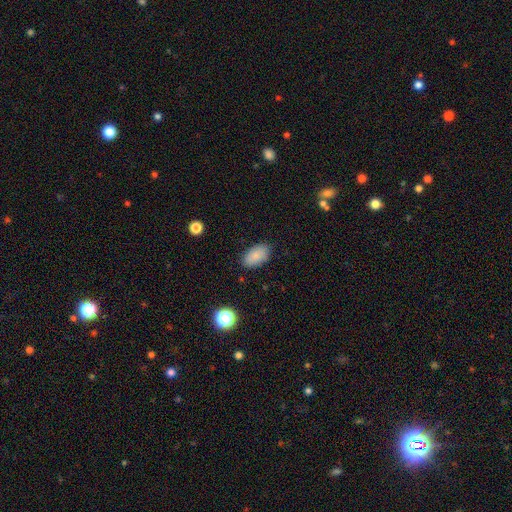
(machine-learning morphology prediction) Smooth or featured?
  - smooth: 84% *
  - star or artifact: 8%
  - featured or disk: 8%
How rounded?
  - in between: 93% *
  - round: 5%
  - cigar-shaped: 2%
Merging?
  - none: 85% *
  - minor disturbance: 11%
  - major disturbance: 3%
  - merger: 1%